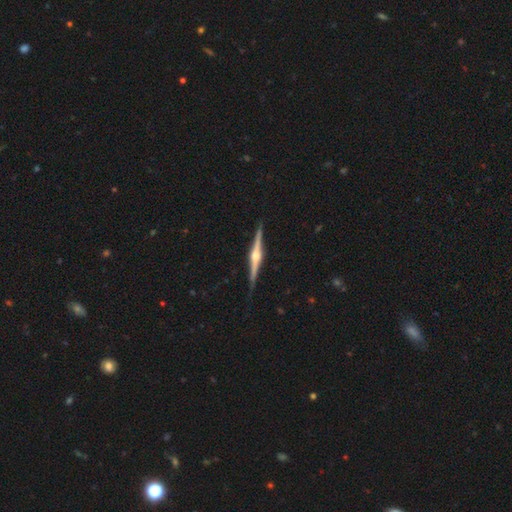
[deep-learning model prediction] Morphology: type=featured or disk (88%); edge-on=yes (99%); edge-on bulge=rounded (93%); merging=none (90%).